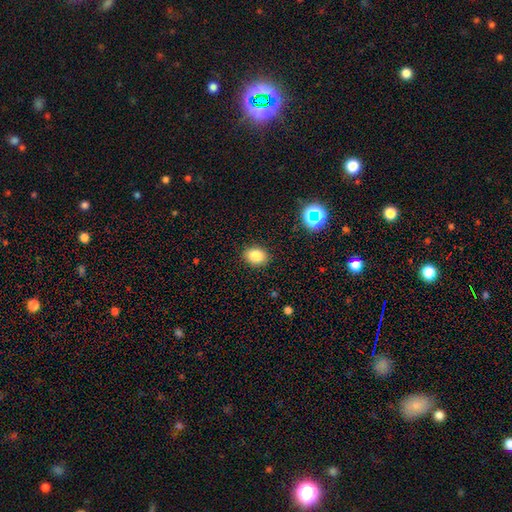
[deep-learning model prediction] Morphology: type=smooth (82%); roundness=in between (62%); merging=none (88%).